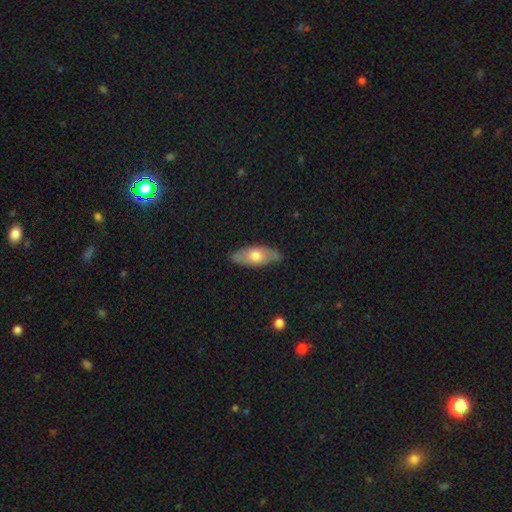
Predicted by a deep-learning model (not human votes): Smooth or featured? Predicted: smooth (p=0.58). How rounded? Predicted: in between (p=0.85). Merging? Predicted: none (p=0.81).